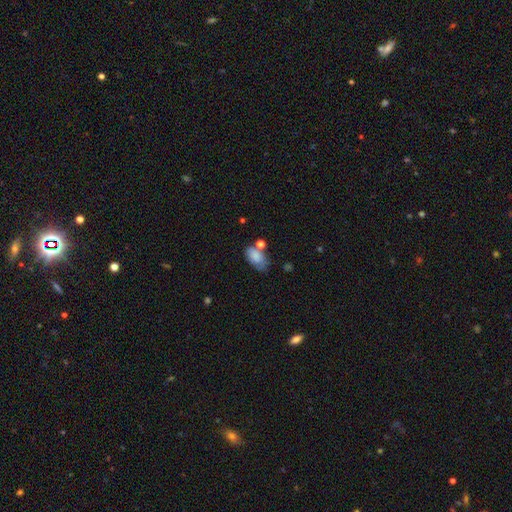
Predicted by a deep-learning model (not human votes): A smooth galaxy with no disk features (79%) that is in between round and cigar-shaped (90%). Merging: none (45%).